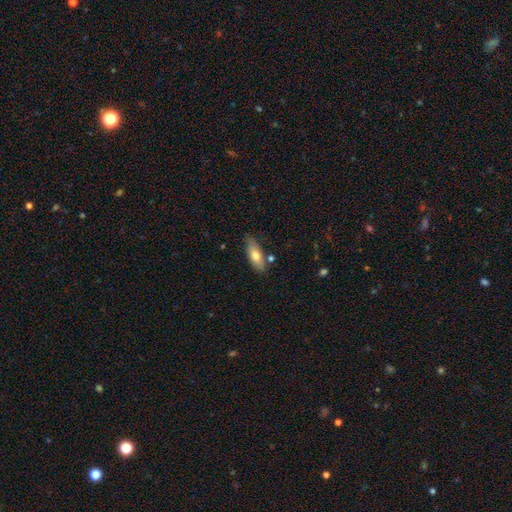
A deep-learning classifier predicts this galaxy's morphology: Q: Smooth or featured?
A: smooth (70%); runner-up: featured or disk (23%)
Q: How rounded?
A: in between (69%); runner-up: cigar-shaped (28%)
Q: Merging?
A: none (77%); runner-up: minor disturbance (15%)